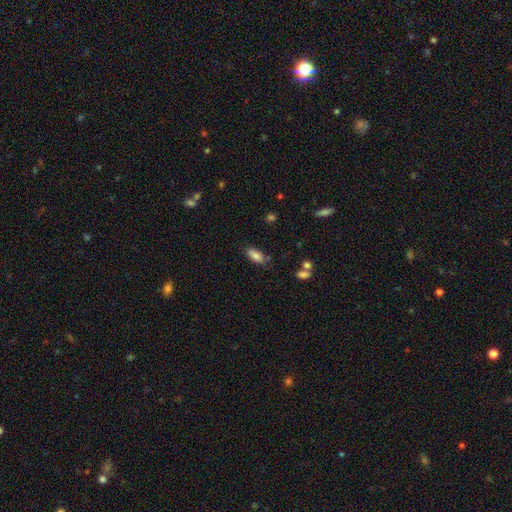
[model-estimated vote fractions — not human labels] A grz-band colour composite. It shows a smooth galaxy with no disk features (84%) that is in between round and cigar-shaped (84%). Merging: none (76%).